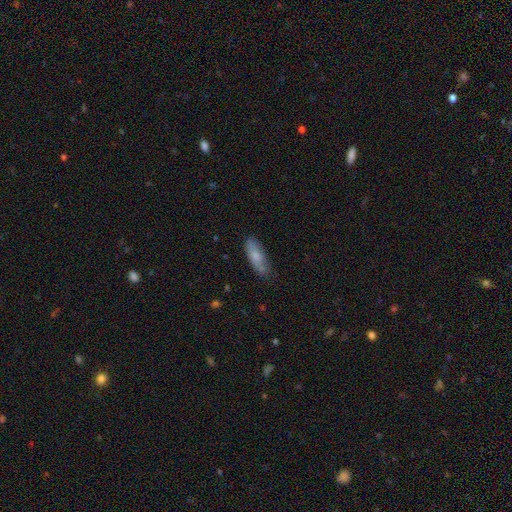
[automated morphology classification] This is likely a smooth galaxy (77%). How rounded: possibly in between (55%). Merging: likely none (74%).